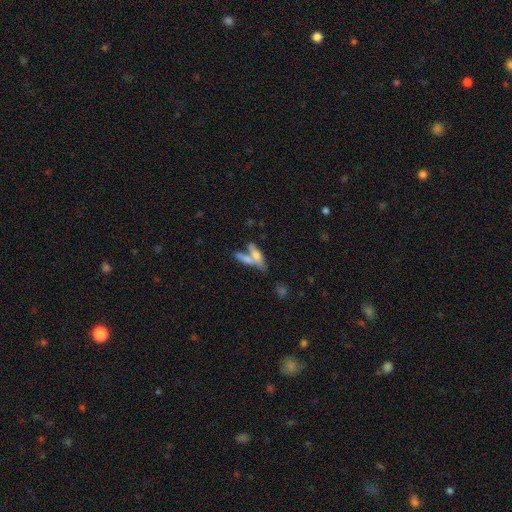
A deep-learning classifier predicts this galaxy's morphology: Smooth or featured? Predicted: smooth (p=0.61). How rounded? Predicted: cigar-shaped (p=0.56). Merging? Predicted: merger (p=0.51).